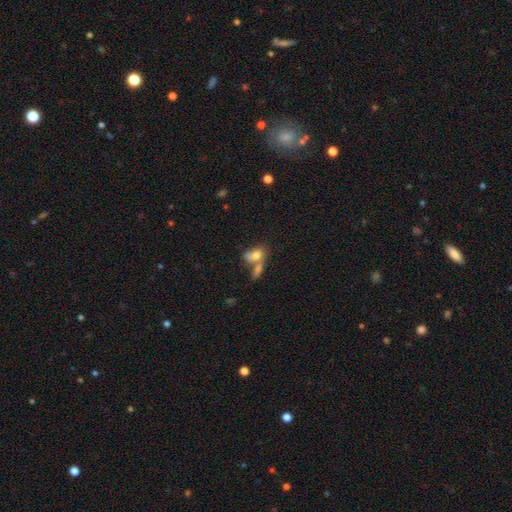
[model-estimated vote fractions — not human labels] A smooth galaxy with no disk features (72%) that is in between round and cigar-shaped (78%). Merging: merger (53%).